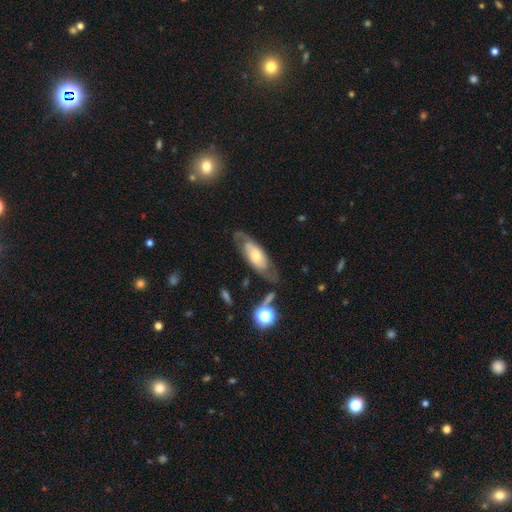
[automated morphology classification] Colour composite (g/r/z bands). It shows a featured or disk galaxy (61%) with no bar (71%), spiral arms (69%) and a moderate central bulge (47%). Merging: none (65%).